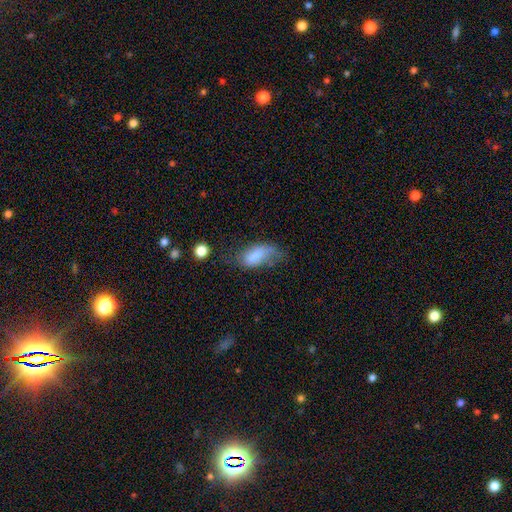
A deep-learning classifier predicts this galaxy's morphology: A smooth galaxy with no disk features (73%) that is in between round and cigar-shaped (89%).

Vote fractions:
- Smooth or featured? smooth: 73% / featured or disk: 18% / star or artifact: 9%
- How rounded? in between: 89% / cigar-shaped: 8% / round: 3%
- Merging? none: 37% / minor disturbance: 34% / major disturbance: 24% / merger: 4%